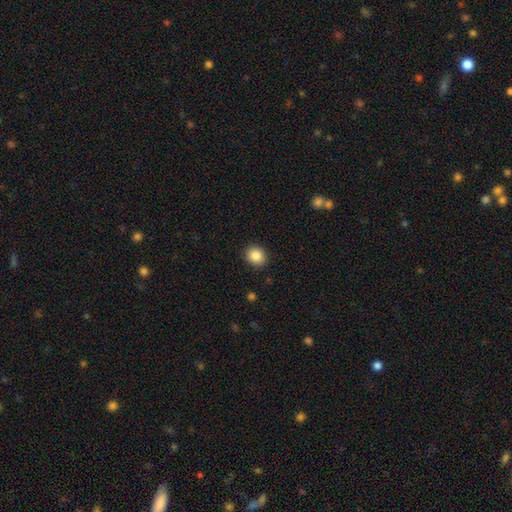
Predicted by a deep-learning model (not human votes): Smooth or featured? smooth (86%)
How rounded? round (77%)
Merging? none (91%)